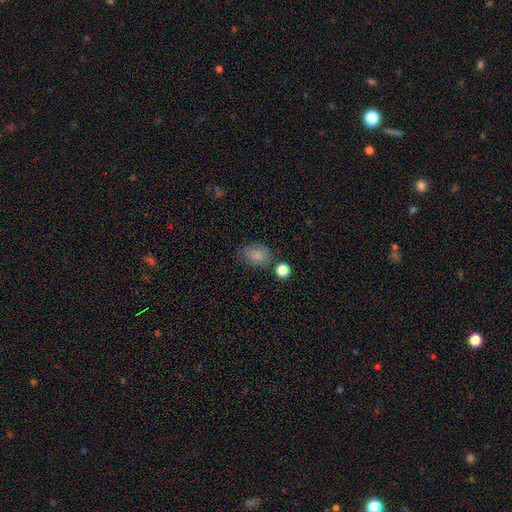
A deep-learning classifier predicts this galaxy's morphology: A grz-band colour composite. It shows a smooth galaxy with no disk features (79%) that is in between round and cigar-shaped (70%). Merging: none (72%).